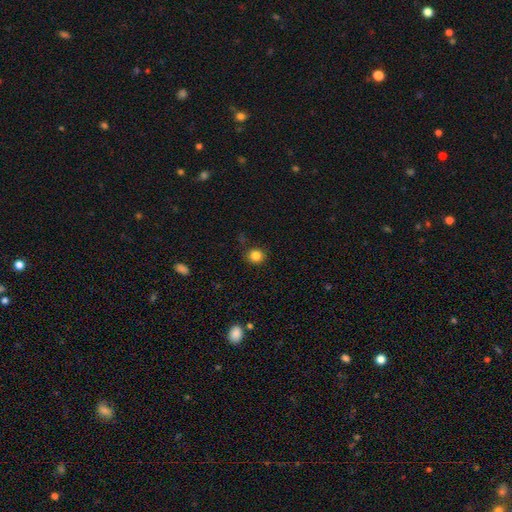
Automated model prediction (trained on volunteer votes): smooth-or-featured: smooth: 83% | star or artifact: 12% | featured or disk: 5%
  how-rounded: round: 88% | in between: 12% | cigar-shaped: 1%
  merging: none: 87% | minor disturbance: 9% | major disturbance: 2% | merger: 2%